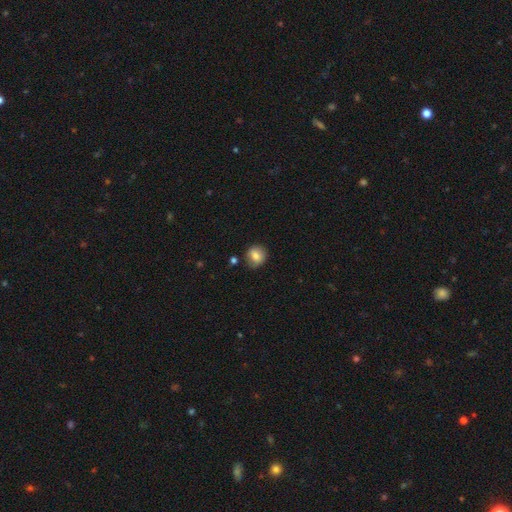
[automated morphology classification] A smooth galaxy with no disk features (79%) that is round (82%).

Vote fractions:
- Smooth or featured? smooth: 79% / featured or disk: 12% / star or artifact: 9%
- How rounded? round: 82% / in between: 17% / cigar-shaped: 1%
- Merging? none: 83% / minor disturbance: 11% / merger: 3% / major disturbance: 3%